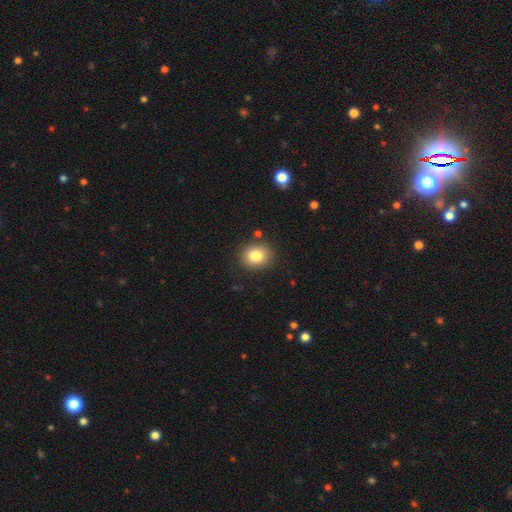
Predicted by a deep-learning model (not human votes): smooth-or-featured: smooth: 82% | star or artifact: 10% | featured or disk: 8%
  how-rounded: round: 69% | in between: 30% | cigar-shaped: 1%
  merging: none: 86% | minor disturbance: 9% | merger: 3% | major disturbance: 3%